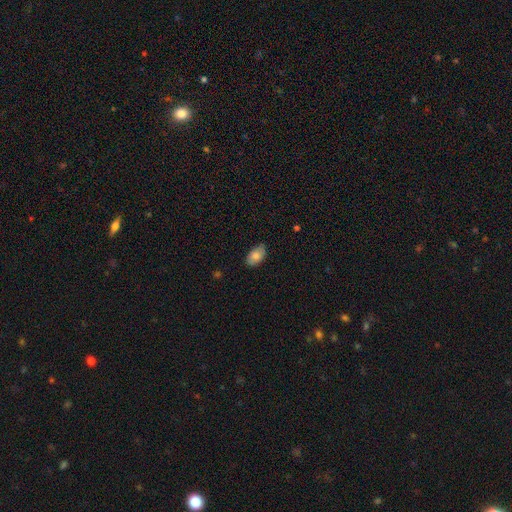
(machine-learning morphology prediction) type=smooth (81%); roundness=in between (93%); merging=none (82%).